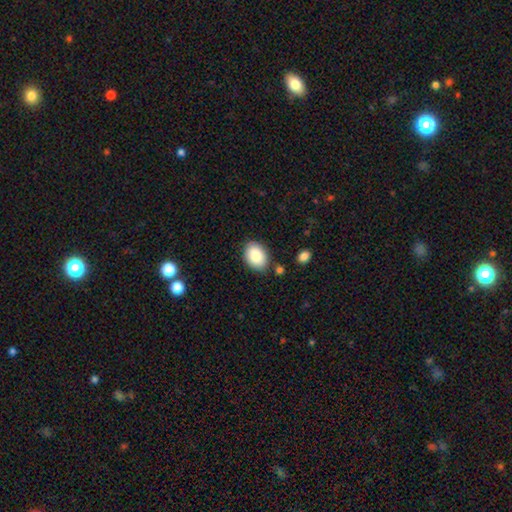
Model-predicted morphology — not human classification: Smooth or featured? smooth (86%)
How rounded? in between (77%)
Merging? none (82%)